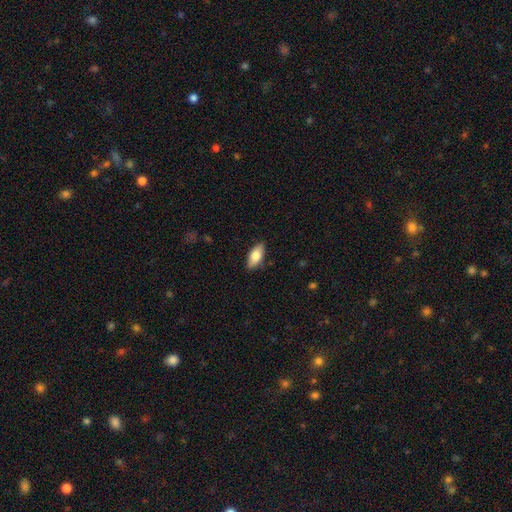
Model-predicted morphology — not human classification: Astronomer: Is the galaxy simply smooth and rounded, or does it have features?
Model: smooth — 78%.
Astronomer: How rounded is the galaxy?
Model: in between — 87%.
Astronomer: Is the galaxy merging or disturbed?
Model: none — 86%.